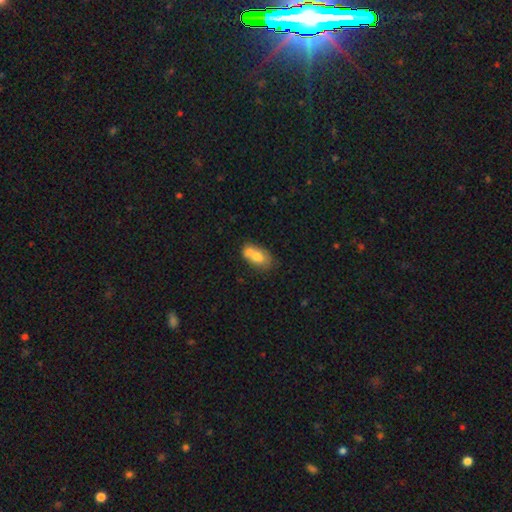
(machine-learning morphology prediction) A smooth galaxy with no disk features (69%) that is in between round and cigar-shaped (85%).

Vote fractions:
- Smooth or featured? smooth: 69% / featured or disk: 23% / star or artifact: 8%
- How rounded? in between: 85% / round: 12% / cigar-shaped: 4%
- Merging? merger: 48% / none: 32% / minor disturbance: 15% / major disturbance: 5%